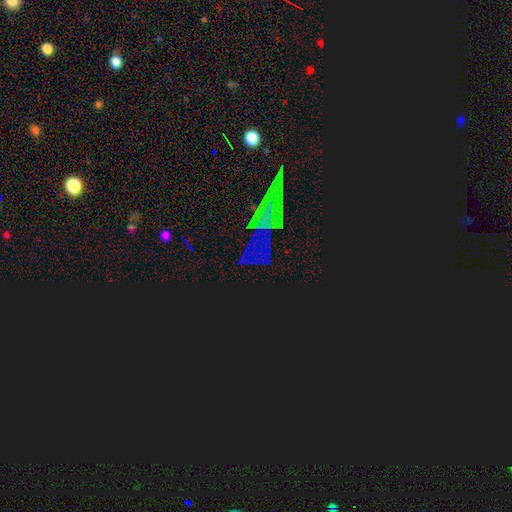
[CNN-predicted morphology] type=star or artifact (74%).